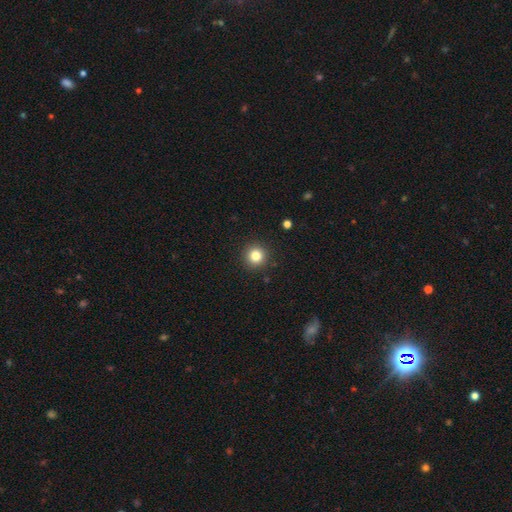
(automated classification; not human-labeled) Q: Smooth or featured?
A: smooth (82%); runner-up: star or artifact (12%)
Q: How rounded?
A: round (95%); runner-up: in between (4%)
Q: Merging?
A: none (92%); runner-up: minor disturbance (5%)